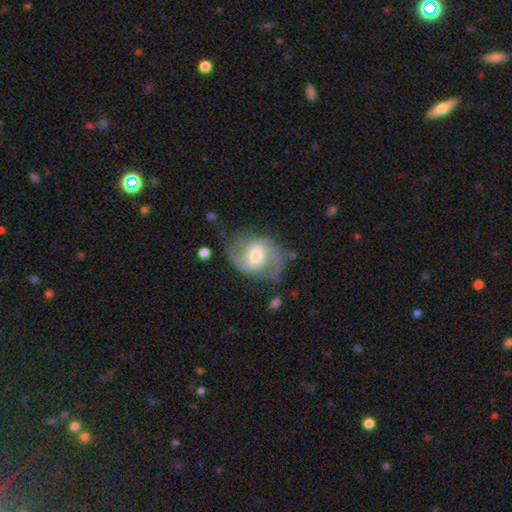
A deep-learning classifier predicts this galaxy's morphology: smooth-or-featured: featured or disk: 82% | smooth: 12% | star or artifact: 6%
  disk-edge-on: no: 98% | yes: 2%
    bar: weak: 53% | no: 28% | strong: 19%
    has-spiral-arms: yes: 94% | no: 6%
      spiral-winding: medium: 51% | loose: 31% | tight: 18%
      spiral-arm-count: 2: 87% | can't tell: 5% | 3: 3% | 1: 2% | 4: 1% | more than 4: 1%
    bulge-size: moderate: 63% | small: 26% | large: 9% | none: 2% | dominant: 1%
  merging: none: 64% | minor disturbance: 21% | major disturbance: 13% | merger: 2%